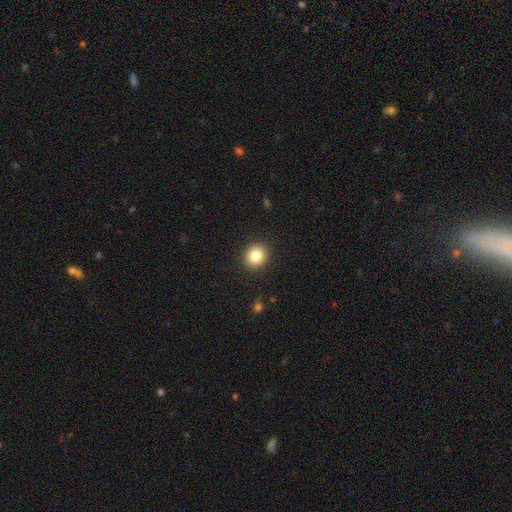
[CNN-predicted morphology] type=smooth (84%); roundness=round (80%); merging=none (91%).